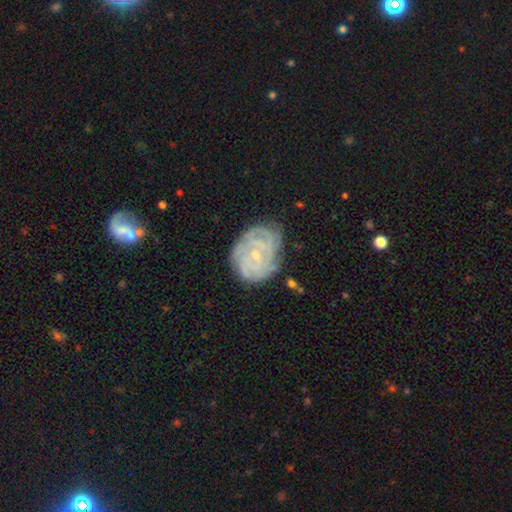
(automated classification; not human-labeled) Overall: featured or disk (77%). Edge-on disk: no (97%). Bar: no (67%). Spiral arms: yes (94%). Spiral arm count: can't tell (34%; 4 21%). Spiral winding: tight (77%). Bulge size: small (76%). Merging: none (73%).